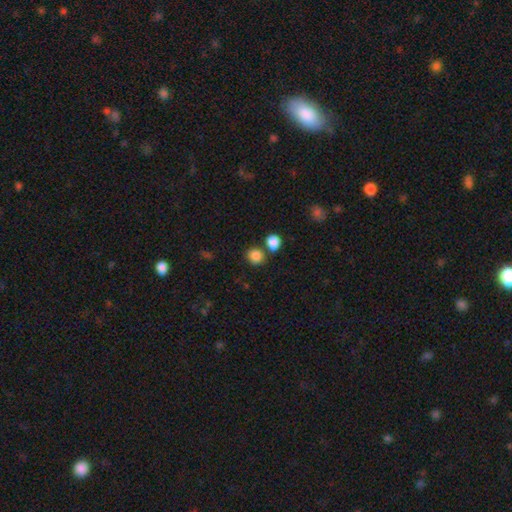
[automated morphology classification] This appears to be a smooth galaxy with no disk features (86%) that is round (82%). Merging: none (67%).